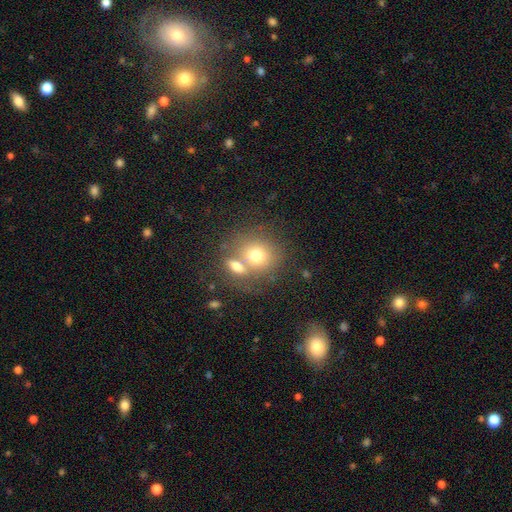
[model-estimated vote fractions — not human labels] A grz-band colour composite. It shows a smooth galaxy with no disk features (71%) that is round (75%). Merging: merger (45%).